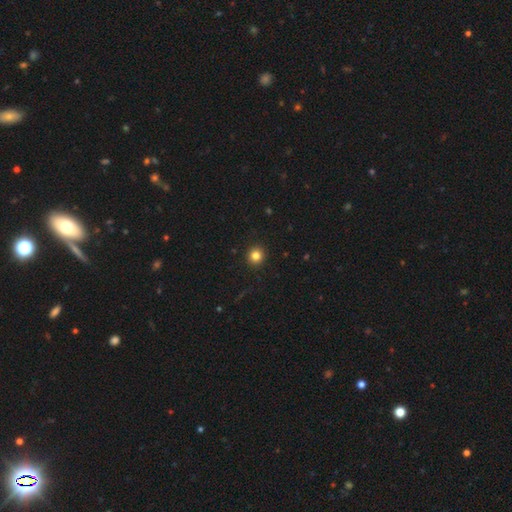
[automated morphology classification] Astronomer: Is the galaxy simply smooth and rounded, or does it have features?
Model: smooth — 83%.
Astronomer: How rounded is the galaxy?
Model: round — 92%.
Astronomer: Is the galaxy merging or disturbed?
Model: none — 93%.